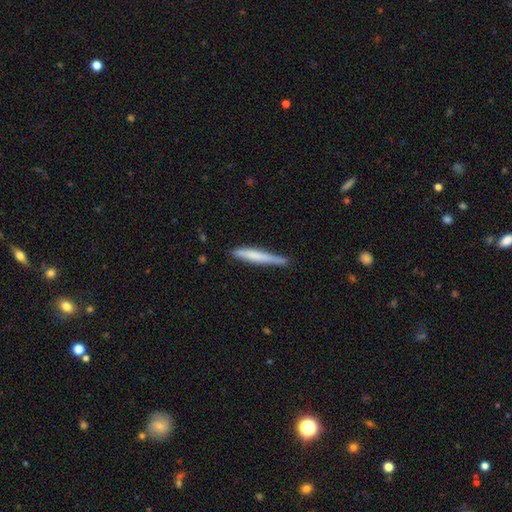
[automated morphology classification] Smooth or featured: smooth — 64% (featured or disk — 30%)
How rounded: cigar-shaped — 95% (in between — 3%)
Merging: none — 73% (minor disturbance — 22%)